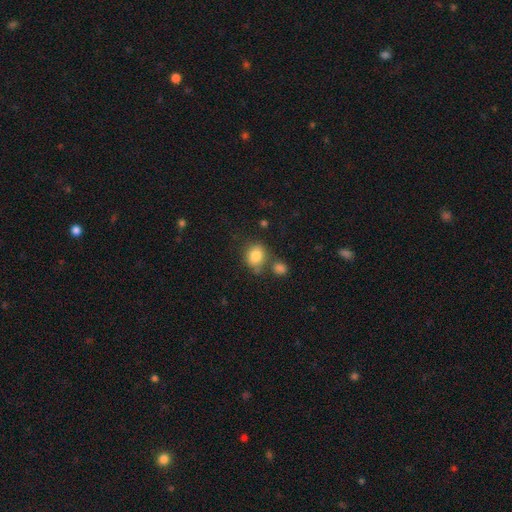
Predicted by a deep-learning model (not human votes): This appears to be a smooth galaxy with no disk features (83%) that is round (65%). Merging: none (61%).